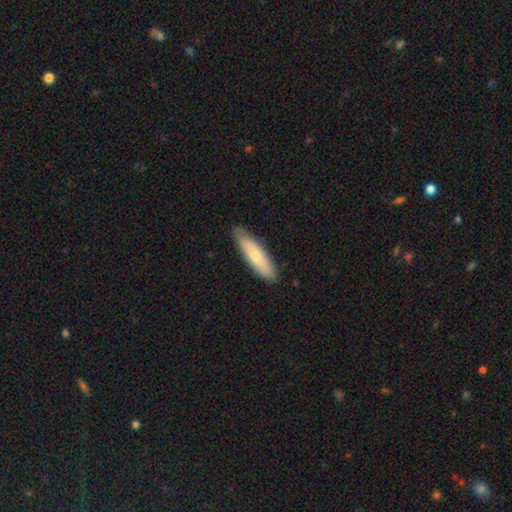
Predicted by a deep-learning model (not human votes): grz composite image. It shows a smooth galaxy with no disk features (69%) that is cigar-shaped (67%). Merging: none (84%).